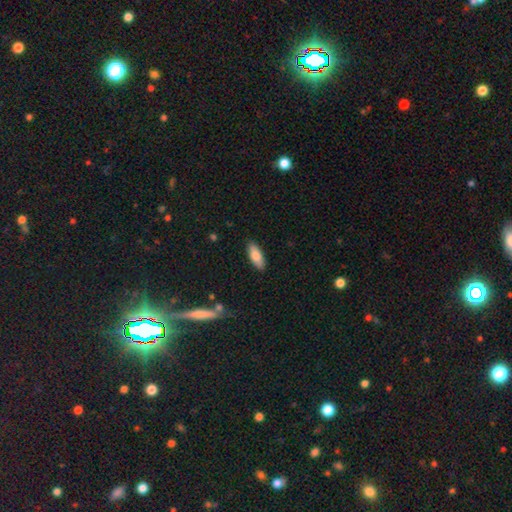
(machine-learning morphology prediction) A smooth galaxy with no disk features (83%) that is in between round and cigar-shaped (71%).

Vote fractions:
- Smooth or featured? smooth: 83% / featured or disk: 11% / star or artifact: 6%
- How rounded? in between: 71% / cigar-shaped: 27% / round: 2%
- Merging? none: 87% / minor disturbance: 9% / major disturbance: 2% / merger: 1%